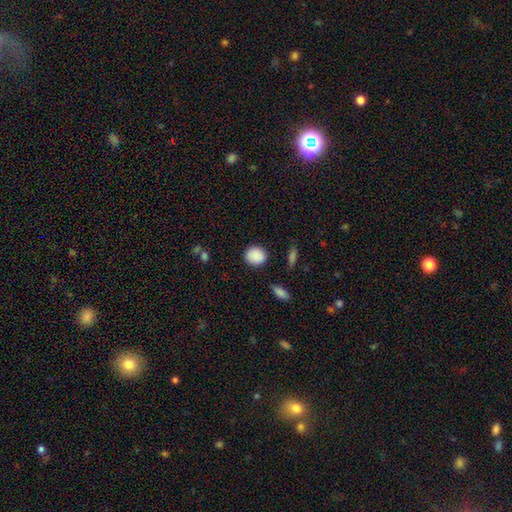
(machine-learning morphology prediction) Smooth or featured? Predicted: smooth (p=0.89). How rounded? Predicted: round (p=0.79). Merging? Predicted: none (p=0.87).